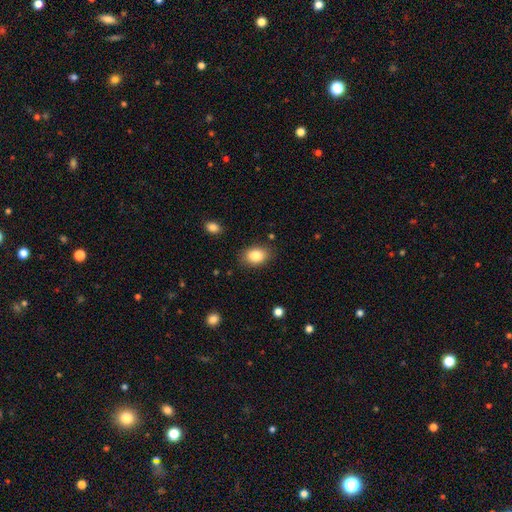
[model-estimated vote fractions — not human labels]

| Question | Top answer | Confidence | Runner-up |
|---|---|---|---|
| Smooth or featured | smooth | 84% | star or artifact (8%) |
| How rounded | in between | 76% | round (23%) |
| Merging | none | 85% | minor disturbance (11%) |